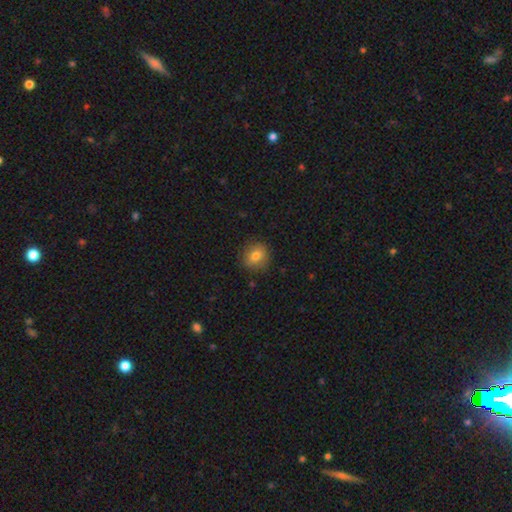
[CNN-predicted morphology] smooth 78%, featured or disk 13%, star or artifact 10%. Down the decision tree: how rounded — round (77%); merging — none (84%).